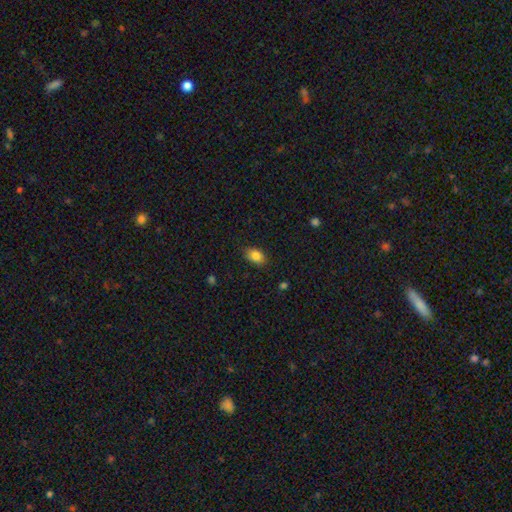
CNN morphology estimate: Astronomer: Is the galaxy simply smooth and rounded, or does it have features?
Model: smooth — 84%.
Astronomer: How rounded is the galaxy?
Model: in between — 82%.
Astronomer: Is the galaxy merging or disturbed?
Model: none — 85%.